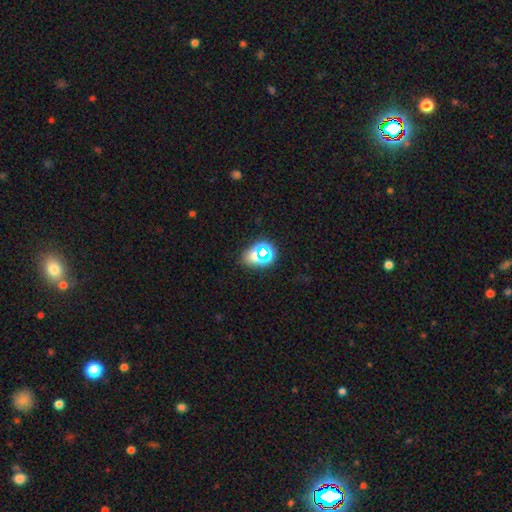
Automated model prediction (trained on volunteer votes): The model was most divided on "smooth or featured": star or artifact: 48%, smooth: 40%, featured or disk: 11%.